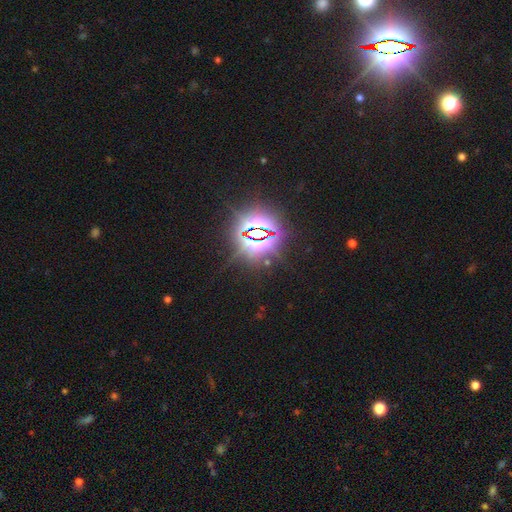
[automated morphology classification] smooth-or-featured: star or artifact: 84% | smooth: 9% | featured or disk: 7%